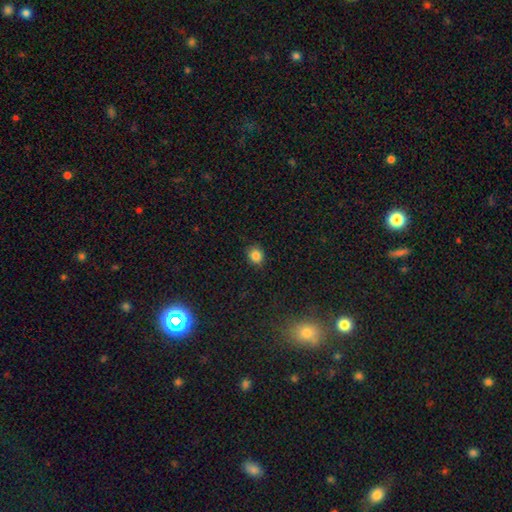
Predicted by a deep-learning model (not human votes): Smooth or featured? Predicted: smooth (p=0.84). How rounded? Predicted: round (p=0.77). Merging? Predicted: none (p=0.87).